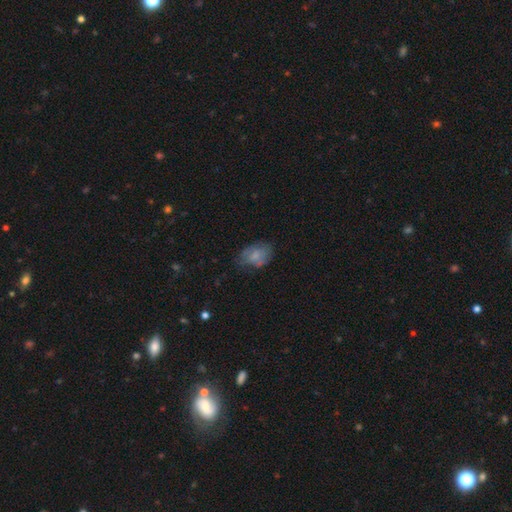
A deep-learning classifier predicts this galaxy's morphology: smooth-or-featured: smooth: 71% | featured or disk: 21% | star or artifact: 9%
  how-rounded: in between: 82% | round: 17% | cigar-shaped: 1%
  merging: none: 52% | minor disturbance: 32% | major disturbance: 14% | merger: 2%